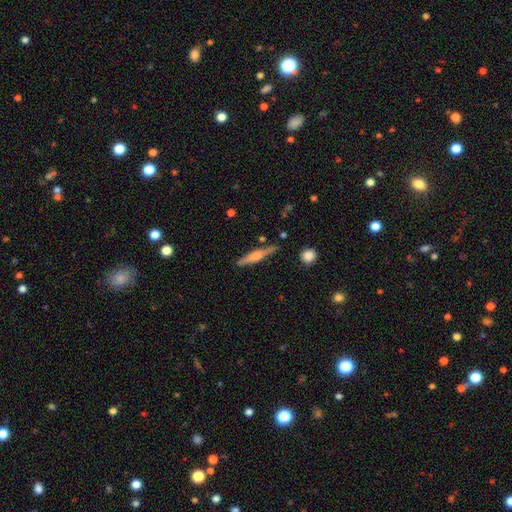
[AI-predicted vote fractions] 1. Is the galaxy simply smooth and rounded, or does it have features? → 62% featured or disk, 32% smooth, 6% star or artifact.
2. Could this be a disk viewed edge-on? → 97% yes, 3% no.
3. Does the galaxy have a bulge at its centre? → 73% rounded, 19% boxy, 8% none.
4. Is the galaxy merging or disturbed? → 86% none, 10% minor disturbance, 2% merger, 2% major disturbance.